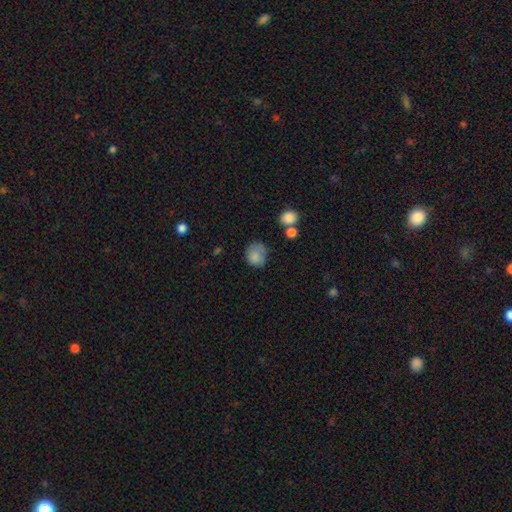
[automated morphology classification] Overall: smooth (81%). How rounded: round (71%). Merging: none (52%; minor disturbance 30%).